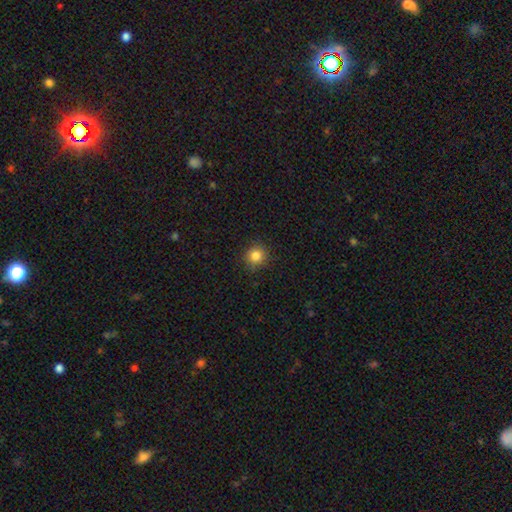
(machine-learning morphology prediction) type=smooth (83%); roundness=round (93%); merging=none (90%).